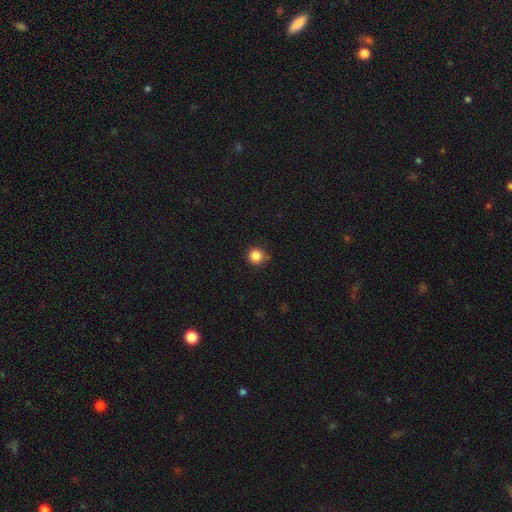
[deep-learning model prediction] A smooth galaxy with no disk features (85%) that is round (93%). Merging: none (81%).